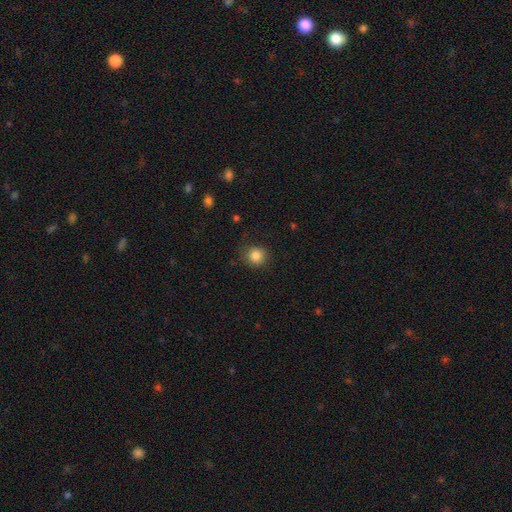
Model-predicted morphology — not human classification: Smooth or featured? smooth (84%)
How rounded? round (90%)
Merging? none (83%)